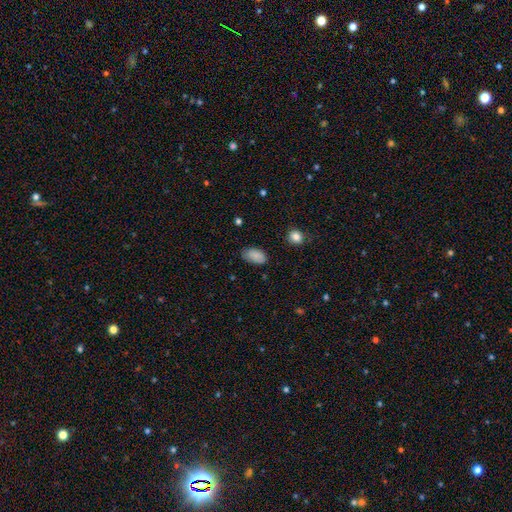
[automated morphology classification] smooth_or_featured: smooth (p=0.85) [alt: star or artifact p=0.08]
how_rounded: in between (p=0.92) [alt: round p=0.06]
merging: none (p=0.74) [alt: minor disturbance p=0.20]